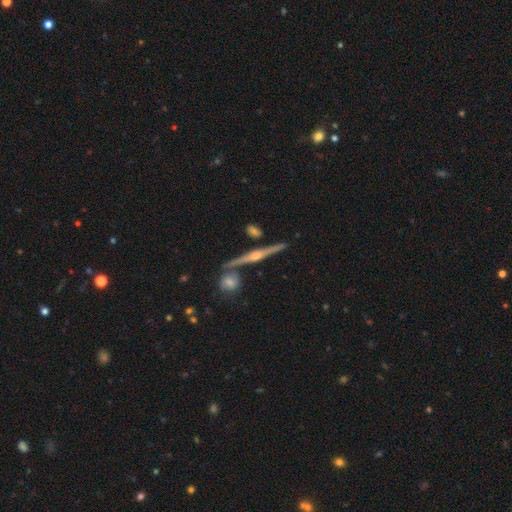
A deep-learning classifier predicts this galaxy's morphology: Smooth or featured? featured or disk (86%)
Edge-on disk? yes (98%)
Edge-on bulge? rounded (87%)
Merging? none (86%)